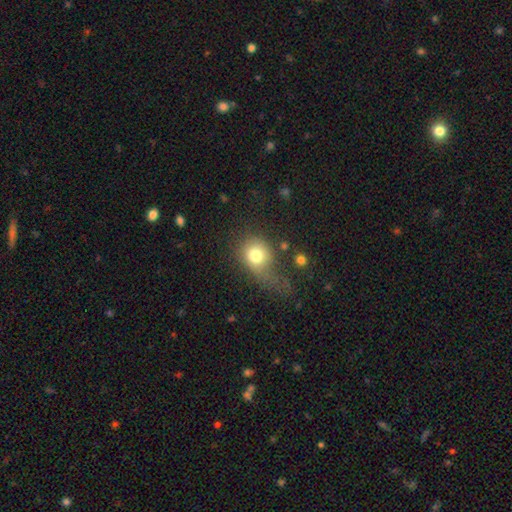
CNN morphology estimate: Smooth or featured: smooth — 76% (featured or disk — 14%)
How rounded: round — 65% (in between — 34%)
Merging: major disturbance — 42% (none — 26%)